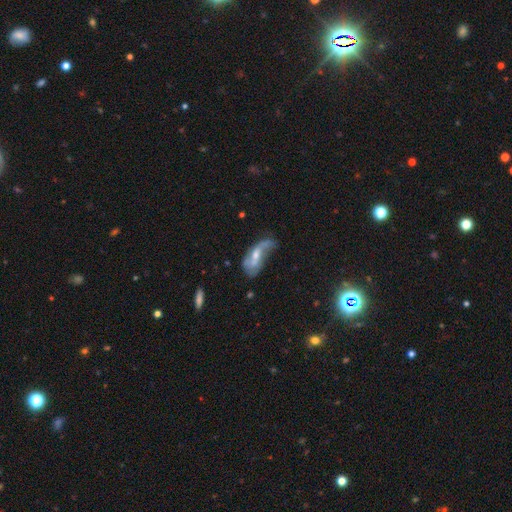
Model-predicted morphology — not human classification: smooth-or-featured: featured or disk: 64% | smooth: 28% | star or artifact: 8%
  disk-edge-on: no: 91% | yes: 9%
    bar: no: 49% | weak: 39% | strong: 13%
    has-spiral-arms: yes: 68% | no: 32%
    bulge-size: moderate: 48% | small: 38% | none: 8% | large: 4% | dominant: 1%
  merging: major disturbance: 34% | none: 30% | minor disturbance: 27% | merger: 10%